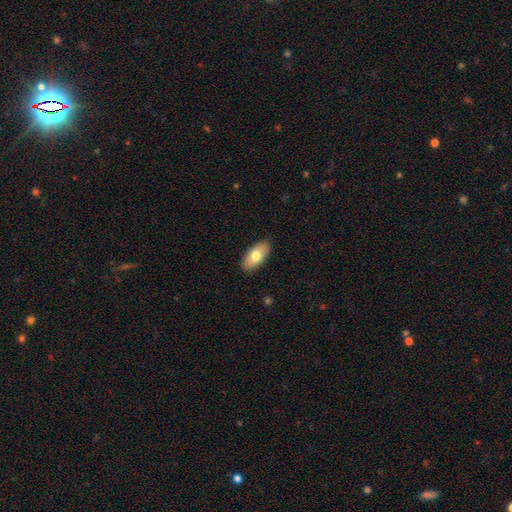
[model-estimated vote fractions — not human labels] The model was most divided on "smooth or featured": smooth: 74%, featured or disk: 20%, star or artifact: 6%. More confident: how rounded — in between (92%); merging — none (88%).